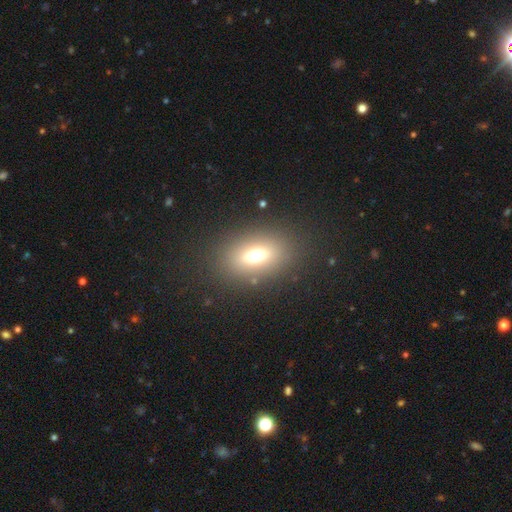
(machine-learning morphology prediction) Smooth or featured: smooth — 68% (featured or disk — 18%)
How rounded: in between — 79% (round — 17%)
Merging: none — 84% (minor disturbance — 9%)